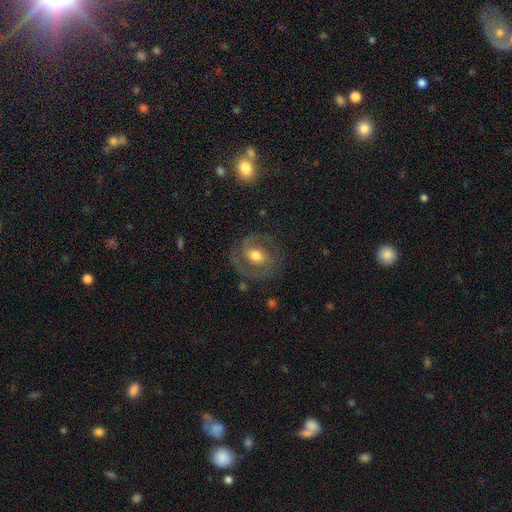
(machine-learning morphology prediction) Q: Smooth or featured?
A: featured or disk (71%); runner-up: smooth (22%)
Q: Edge-on disk?
A: no (97%); runner-up: yes (3%)
Q: Bar?
A: weak (43%); runner-up: no (39%)
Q: Spiral arms?
A: yes (80%); runner-up: no (20%)
Q: Spiral winding?
A: medium (46%); runner-up: tight (39%)
Q: Spiral arm count?
A: 2 (76%); runner-up: can't tell (11%)
Q: Bulge size?
A: moderate (72%); runner-up: large (14%)
Q: Merging?
A: none (75%); runner-up: minor disturbance (15%)